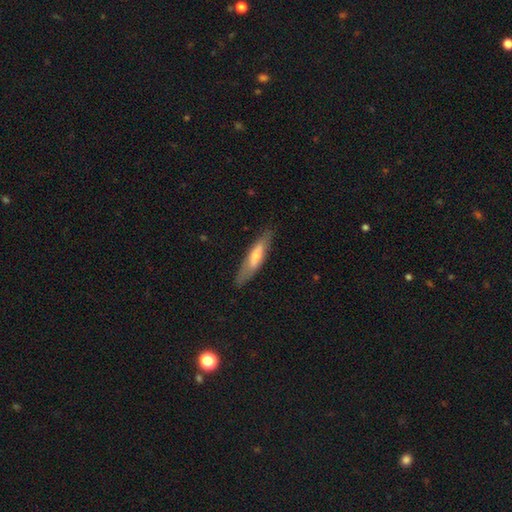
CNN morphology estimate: smooth-or-featured: smooth: 51% | featured or disk: 43% | star or artifact: 6%
  how-rounded: cigar-shaped: 75% | in between: 23% | round: 2%
  merging: none: 82% | minor disturbance: 13% | major disturbance: 3% | merger: 1%